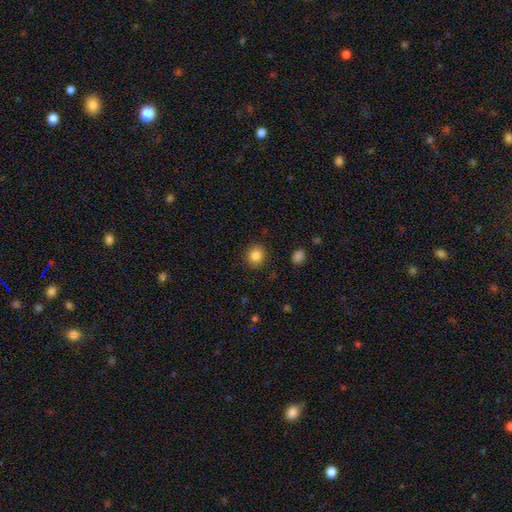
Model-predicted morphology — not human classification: smooth 85%, star or artifact 10%, featured or disk 5%. Down the decision tree: how rounded — round (82%); merging — none (88%).